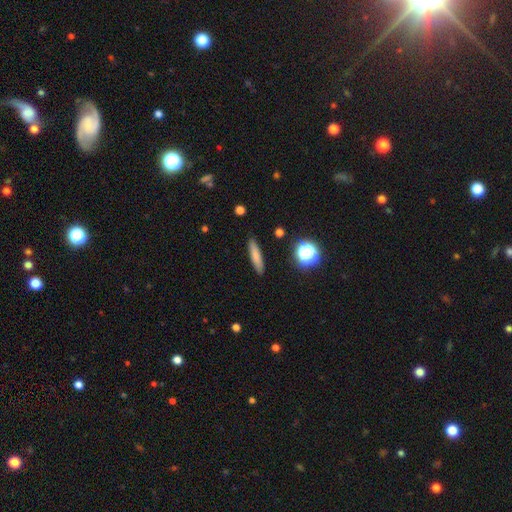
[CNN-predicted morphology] The model was most divided on "smooth or featured": smooth: 77%, featured or disk: 14%, star or artifact: 10%. More confident: merging — none (89%); how rounded — cigar-shaped (80%).